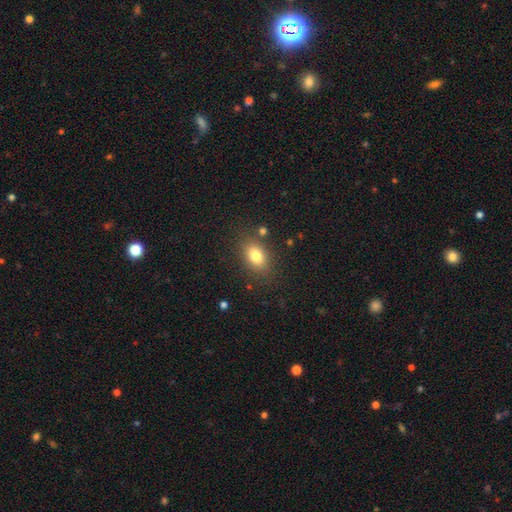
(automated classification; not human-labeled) Smooth or featured: smooth — 80% (star or artifact — 10%)
How rounded: in between — 80% (round — 18%)
Merging: none — 81% (minor disturbance — 12%)